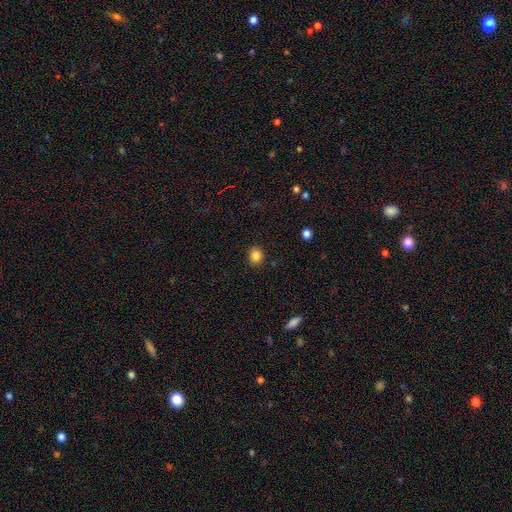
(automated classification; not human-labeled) Smooth or featured? smooth (84%)
How rounded? round (69%)
Merging? none (88%)